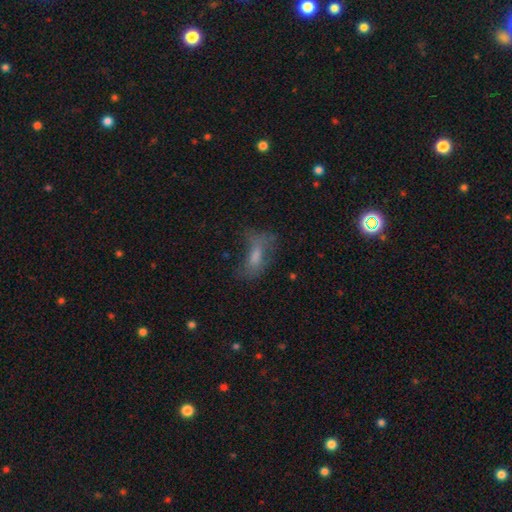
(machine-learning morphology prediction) A smooth galaxy with no disk features (52%) that is in between round and cigar-shaped (76%). Merging: none (42%).